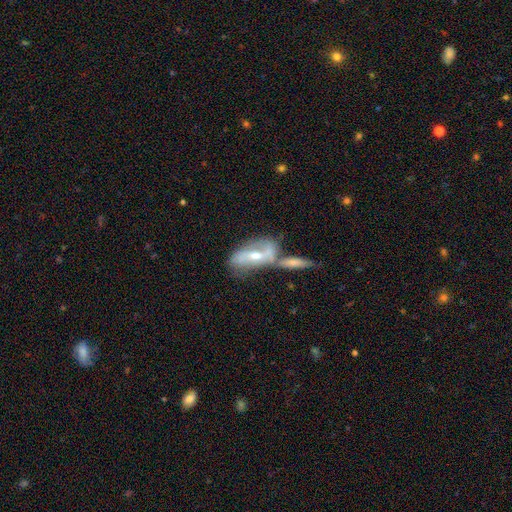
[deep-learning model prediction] The model was most divided on "bar": weak: 41%, strong: 35%, no: 23%. Remaining: edge-on disk — no (84%); spiral arms — yes (78%); smooth or featured — featured or disk (70%); bulge size — moderate (62%); merging — merger (47%).